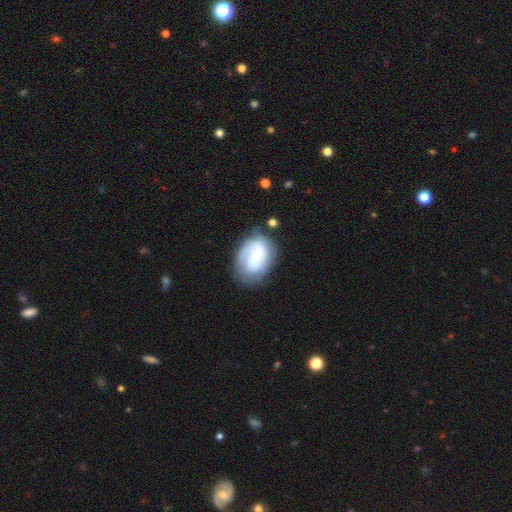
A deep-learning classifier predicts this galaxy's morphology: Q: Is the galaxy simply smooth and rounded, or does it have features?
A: featured or disk — 66%.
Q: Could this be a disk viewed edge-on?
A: no — 98%.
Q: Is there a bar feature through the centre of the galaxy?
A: weak — 48%.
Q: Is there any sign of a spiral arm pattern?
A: yes — 88%.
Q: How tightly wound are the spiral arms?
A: medium — 41%.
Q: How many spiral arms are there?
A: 2 — 56%.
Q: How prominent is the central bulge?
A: small — 39%.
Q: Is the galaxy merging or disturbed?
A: none — 64%.